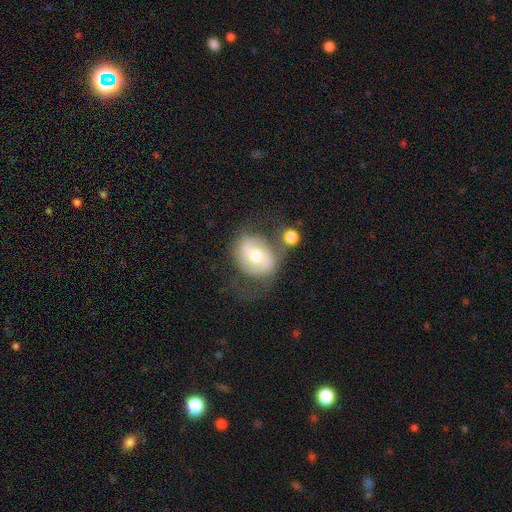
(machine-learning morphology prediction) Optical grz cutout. It shows a featured or disk galaxy (58%) with no bar (41%), spiral arms (65%) and a moderate central bulge (67%). Merging: none (47%).